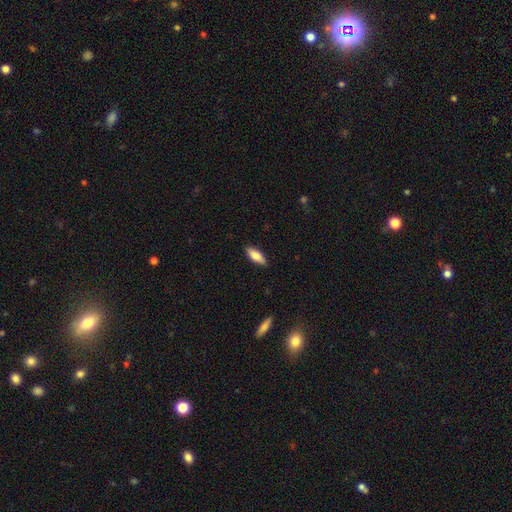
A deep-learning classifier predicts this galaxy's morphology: smooth_or_featured: smooth (p=0.79) [alt: featured or disk p=0.15]
how_rounded: in between (p=0.71) [alt: cigar-shaped p=0.27]
merging: none (p=0.87) [alt: minor disturbance p=0.10]